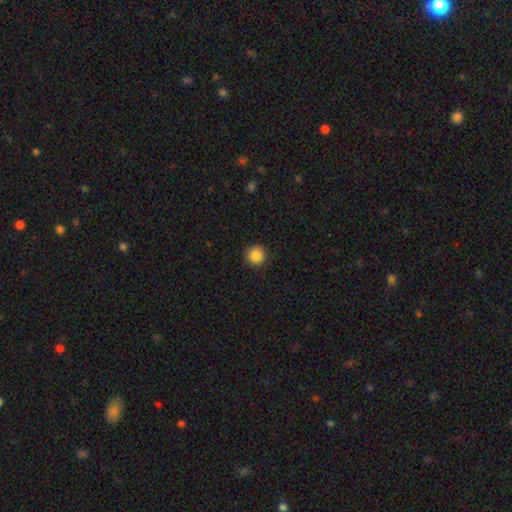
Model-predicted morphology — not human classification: A smooth galaxy with no disk features (86%) that is round (93%).

Vote fractions:
- Smooth or featured? smooth: 86% / star or artifact: 9% / featured or disk: 4%
- How rounded? round: 93% / in between: 6% / cigar-shaped: 1%
- Merging? none: 89% / minor disturbance: 8% / major disturbance: 2% / merger: 1%